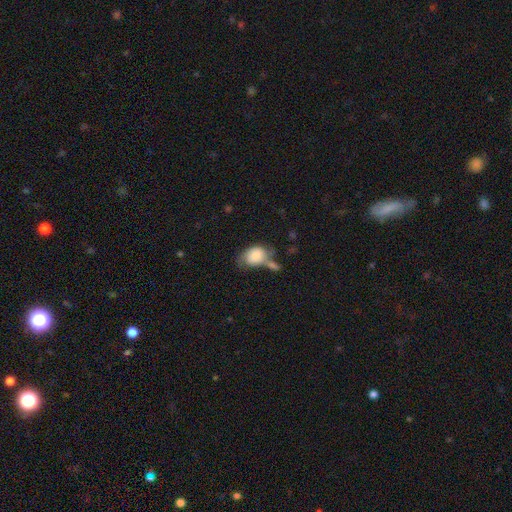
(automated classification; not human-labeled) Smooth or featured: smooth — 77% (featured or disk — 16%)
How rounded: in between — 74% (round — 25%)
Merging: merger — 31% (none — 28%)